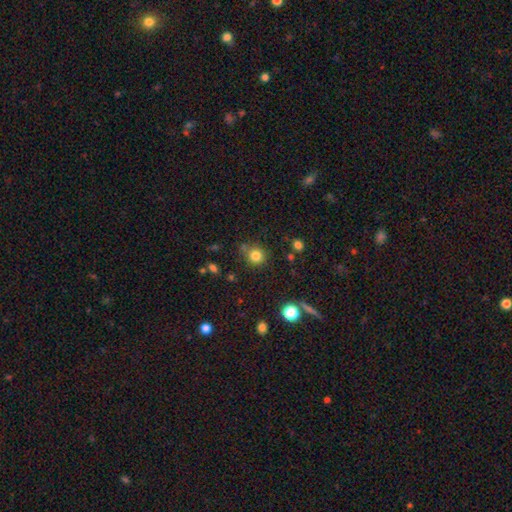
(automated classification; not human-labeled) Q: Smooth or featured?
A: smooth (81%); runner-up: star or artifact (13%)
Q: How rounded?
A: round (88%); runner-up: in between (11%)
Q: Merging?
A: none (75%); runner-up: minor disturbance (13%)